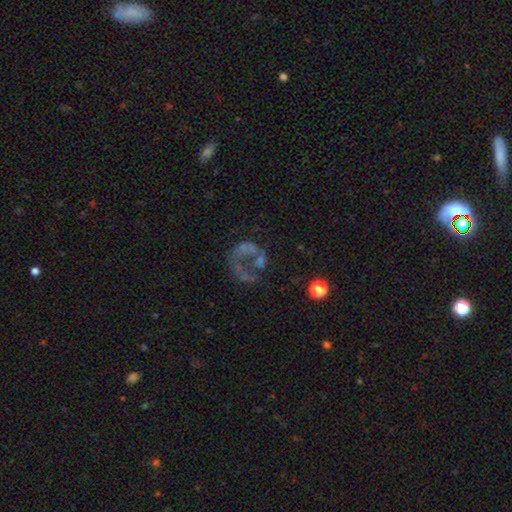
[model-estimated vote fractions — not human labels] Smooth or featured? featured or disk (58%)
Edge-on disk? no (98%)
Bar? no (90%)
Spiral arms? no (71%)
Bulge size? none (76%)
Merging? major disturbance (39%)